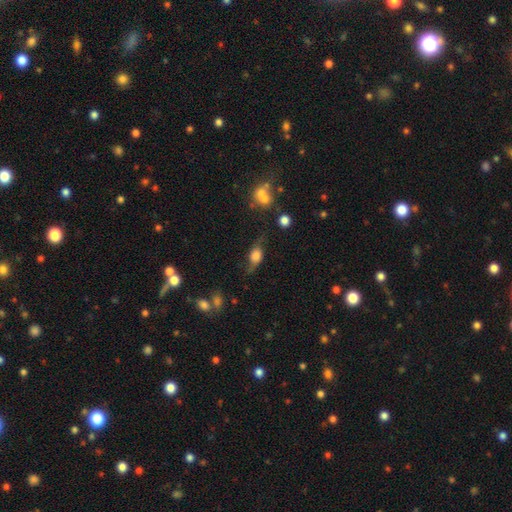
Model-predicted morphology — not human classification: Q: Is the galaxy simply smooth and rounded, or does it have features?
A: featured or disk — 49%.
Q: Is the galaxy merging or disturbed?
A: none — 56%.